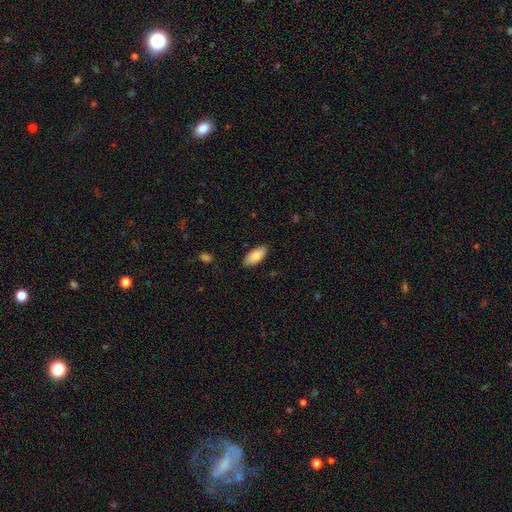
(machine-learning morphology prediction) Q: Smooth or featured?
A: smooth (87%); runner-up: featured or disk (7%)
Q: How rounded?
A: in between (92%); runner-up: cigar-shaped (7%)
Q: Merging?
A: none (86%); runner-up: minor disturbance (11%)